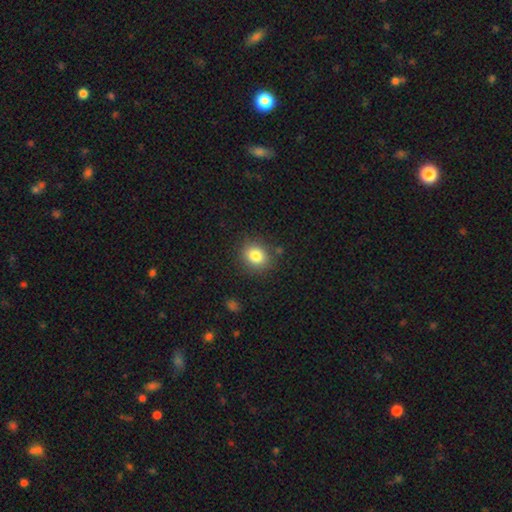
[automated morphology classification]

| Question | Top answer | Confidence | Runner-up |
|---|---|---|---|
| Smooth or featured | smooth | 82% | star or artifact (10%) |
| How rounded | round | 69% | in between (30%) |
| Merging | none | 84% | minor disturbance (10%) |